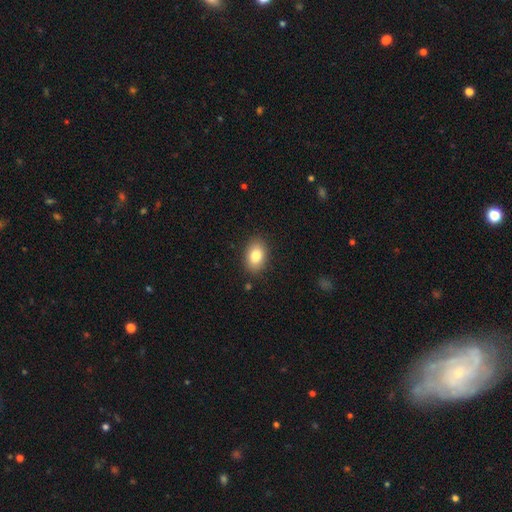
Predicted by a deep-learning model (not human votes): This appears to be a smooth galaxy with no disk features (83%) that is in between round and cigar-shaped (84%). Merging: none (87%).